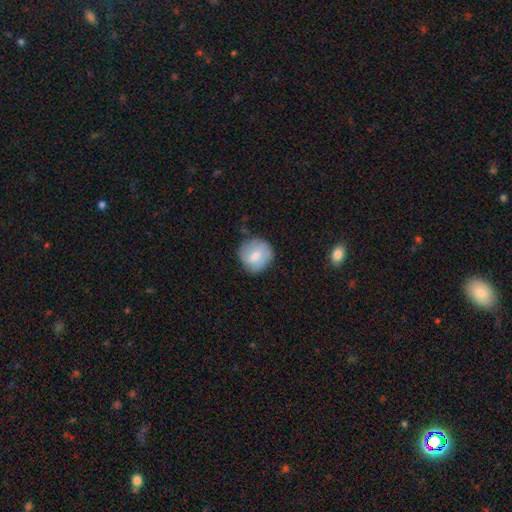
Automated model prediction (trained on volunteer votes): smooth_or_featured: smooth (p=0.71) [alt: featured or disk p=0.22]
how_rounded: round (p=0.89) [alt: in between p=0.10]
merging: none (p=0.76) [alt: minor disturbance p=0.17]